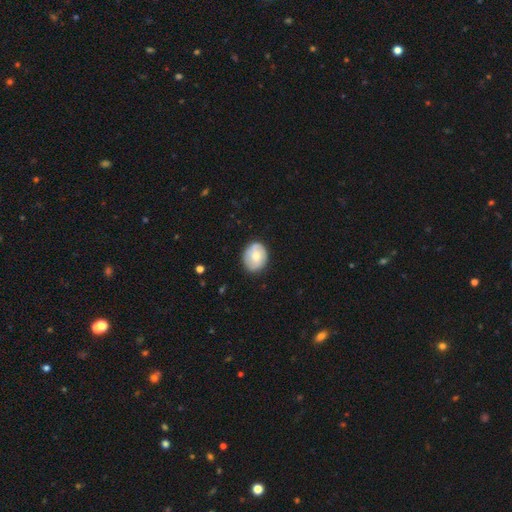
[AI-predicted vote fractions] Smooth or featured? smooth (55%)
How rounded? round (53%)
Merging? none (81%)